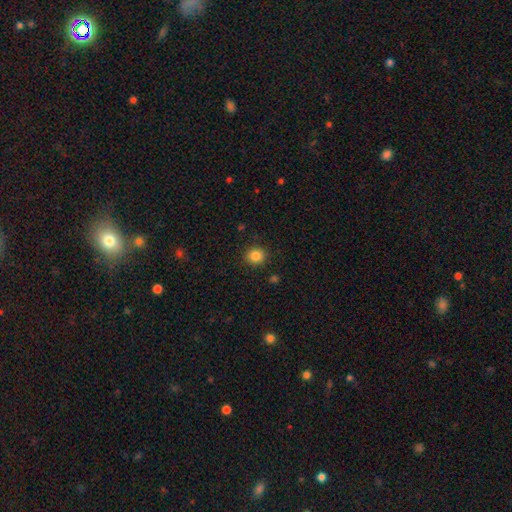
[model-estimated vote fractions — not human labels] Smooth or featured? smooth (85%)
How rounded? round (88%)
Merging? none (89%)